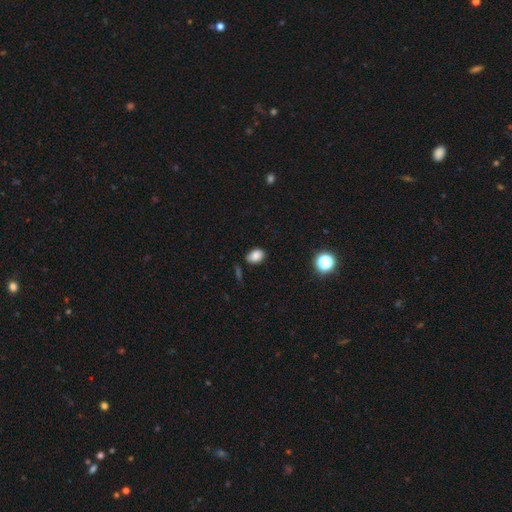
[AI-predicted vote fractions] smooth_or_featured: smooth (p=0.84) [alt: star or artifact p=0.11]
how_rounded: in between (p=0.77) [alt: round p=0.21]
merging: none (p=0.77) [alt: minor disturbance p=0.17]